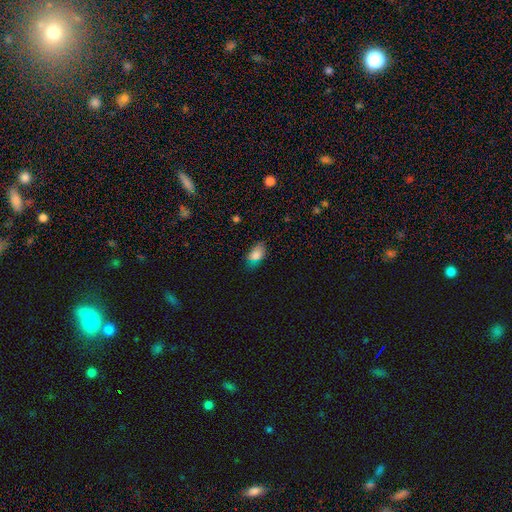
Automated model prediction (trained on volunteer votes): Morphology: type=smooth (81%); roundness=in between (90%); merging=none (66%).